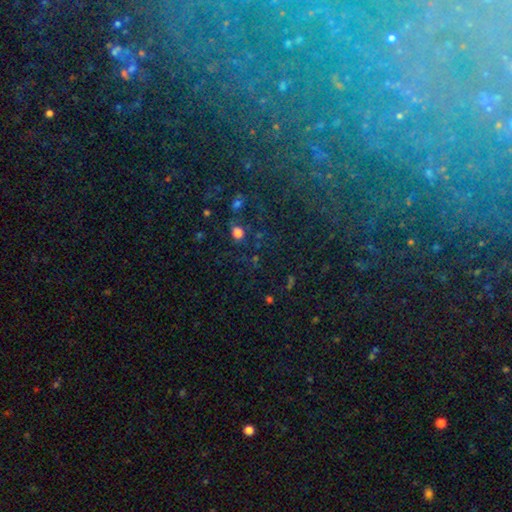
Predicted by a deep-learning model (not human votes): smooth-or-featured: star or artifact: 45% | featured or disk: 39% | smooth: 16%